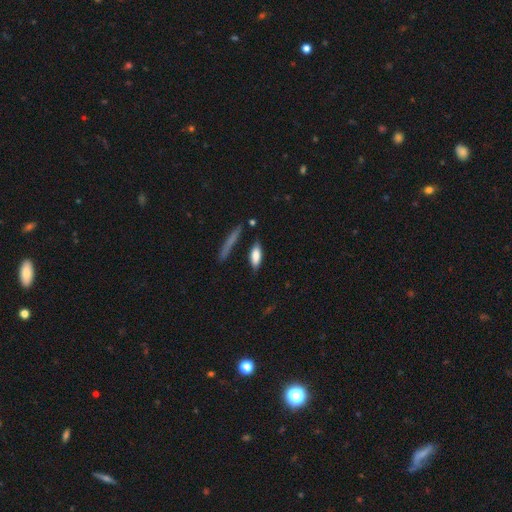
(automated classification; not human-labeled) Q: Smooth or featured?
A: smooth (79%); runner-up: featured or disk (15%)
Q: How rounded?
A: in between (59%); runner-up: cigar-shaped (39%)
Q: Merging?
A: none (73%); runner-up: minor disturbance (18%)